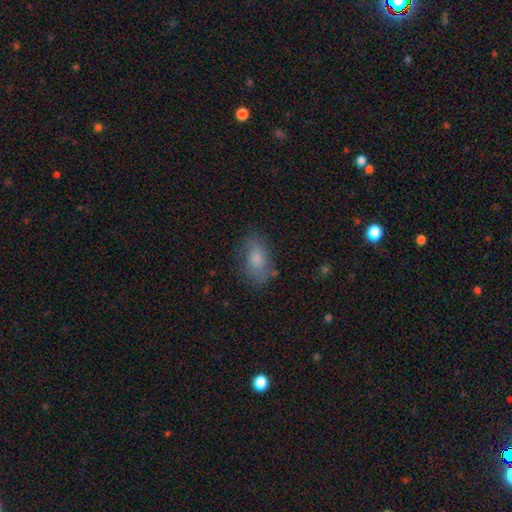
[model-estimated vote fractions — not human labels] Q: Smooth or featured?
A: smooth (70%); runner-up: featured or disk (19%)
Q: How rounded?
A: in between (87%); runner-up: round (9%)
Q: Merging?
A: none (77%); runner-up: minor disturbance (16%)